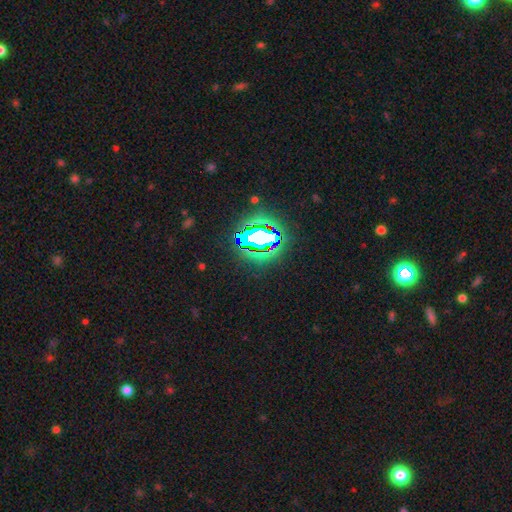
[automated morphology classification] A star or artifact, not a galaxy (84%).

Vote fractions:
- Smooth or featured? star or artifact: 84% / smooth: 9% / featured or disk: 7%